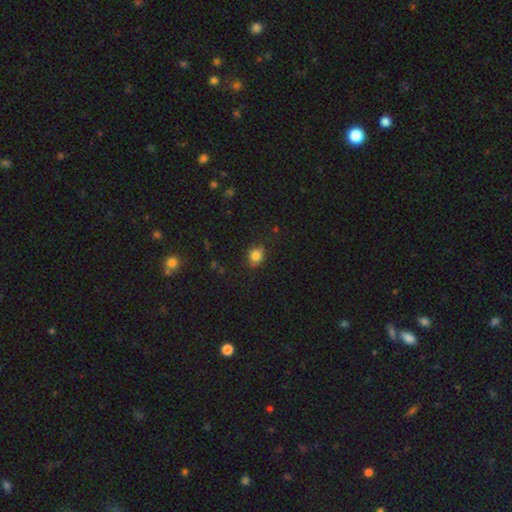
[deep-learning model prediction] This is clearly a smooth galaxy (81%). How rounded: likely round (75%). Merging: likely none (80%).